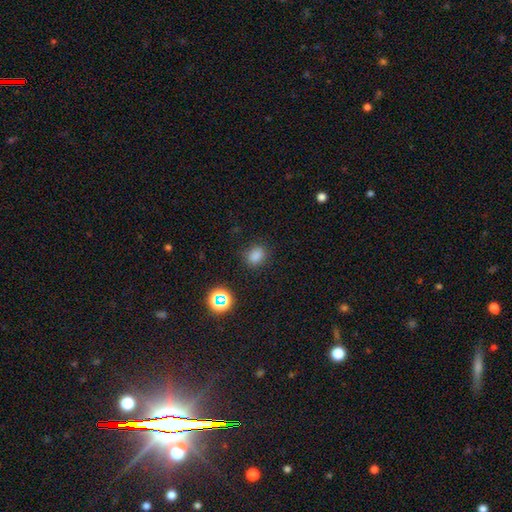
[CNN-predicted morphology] smooth_or_featured: smooth (p=0.78) [alt: star or artifact p=0.17]
how_rounded: round (p=0.50) [alt: in between p=0.49]
merging: none (p=0.83) [alt: minor disturbance p=0.12]